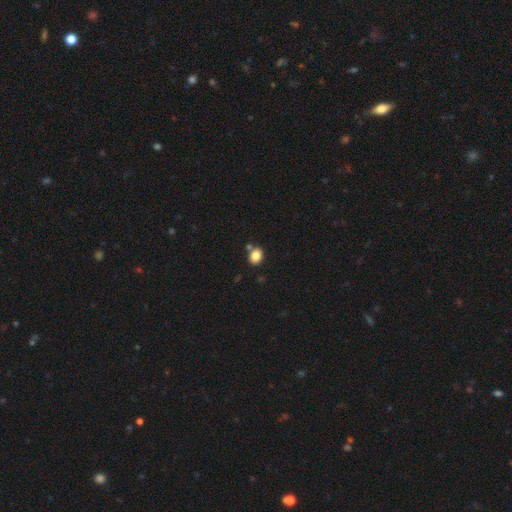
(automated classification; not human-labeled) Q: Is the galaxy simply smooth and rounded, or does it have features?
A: smooth — 84%.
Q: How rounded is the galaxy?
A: in between — 51%.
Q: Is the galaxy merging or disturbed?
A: none — 74%.